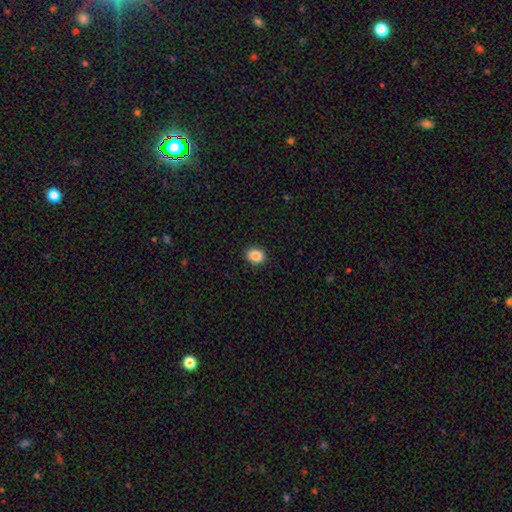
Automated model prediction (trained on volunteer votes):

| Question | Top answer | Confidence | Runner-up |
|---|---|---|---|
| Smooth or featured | smooth | 88% | star or artifact (9%) |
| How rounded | in between | 51% | round (48%) |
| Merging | none | 89% | minor disturbance (8%) |